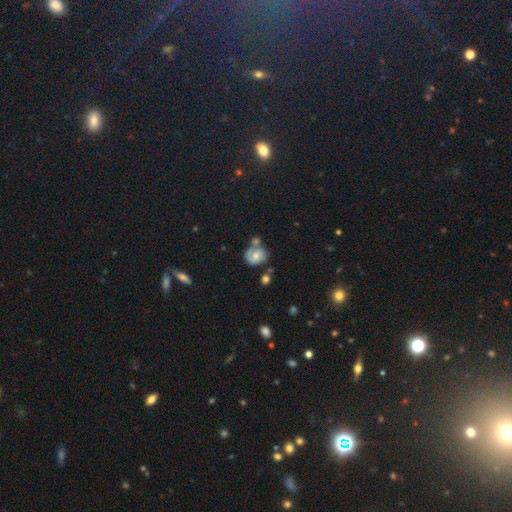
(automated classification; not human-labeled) Q: Smooth or featured?
A: featured or disk (47%); runner-up: smooth (44%)
Q: Merging?
A: none (43%); runner-up: merger (27%)